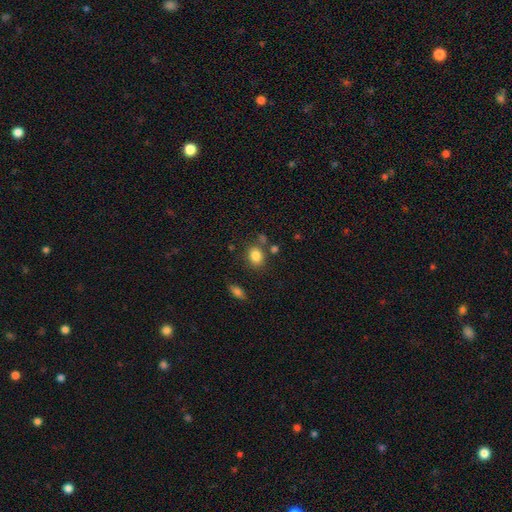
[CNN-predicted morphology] Smooth or featured? smooth (83%)
How rounded? in between (54%)
Merging? none (71%)